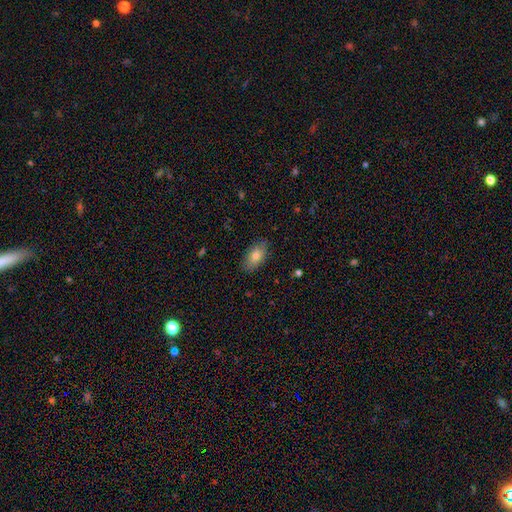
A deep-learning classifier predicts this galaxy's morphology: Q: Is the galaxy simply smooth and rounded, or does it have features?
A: smooth — 78%.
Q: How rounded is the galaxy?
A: in between — 91%.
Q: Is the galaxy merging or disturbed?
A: none — 84%.